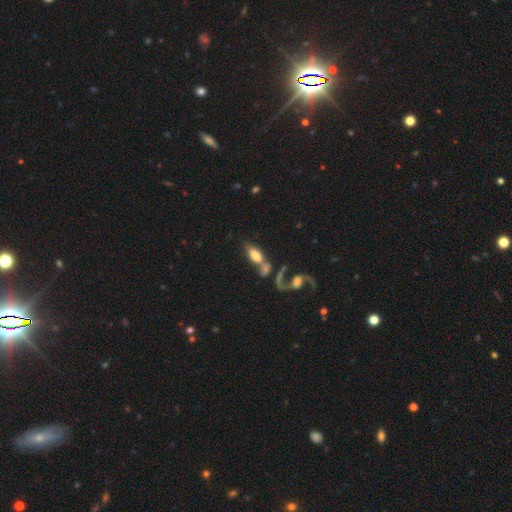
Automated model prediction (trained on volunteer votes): Morphology: type=smooth (57%); roundness=in between (80%); merging=merger (49%).